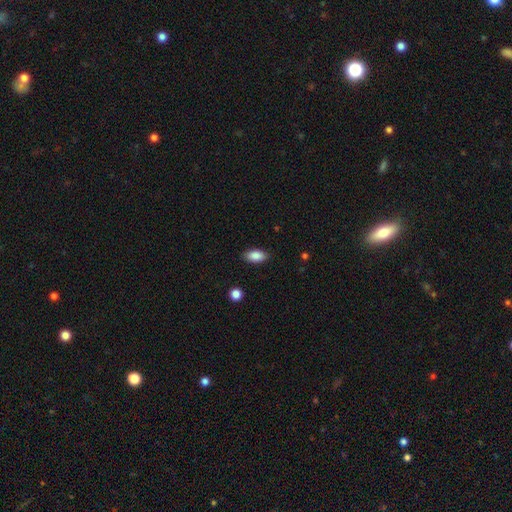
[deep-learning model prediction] Q: Smooth or featured?
A: smooth (87%); runner-up: star or artifact (7%)
Q: How rounded?
A: in between (91%); runner-up: cigar-shaped (5%)
Q: Merging?
A: none (87%); runner-up: minor disturbance (9%)